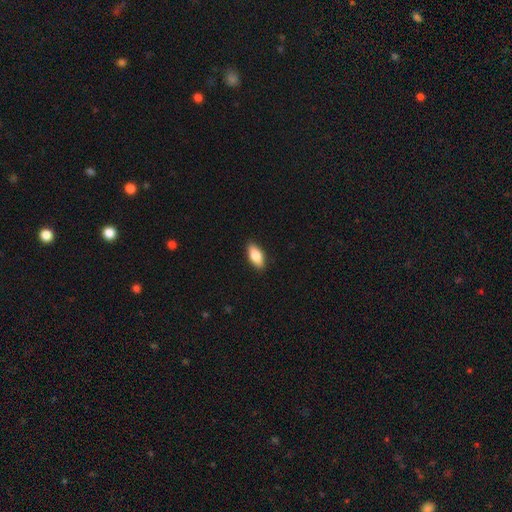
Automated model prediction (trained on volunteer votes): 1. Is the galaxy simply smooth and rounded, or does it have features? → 81% smooth, 13% featured or disk, 6% star or artifact.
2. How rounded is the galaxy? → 87% in between, 10% cigar-shaped, 3% round.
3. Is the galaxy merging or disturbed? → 90% none, 8% minor disturbance, 2% major disturbance, 1% merger.